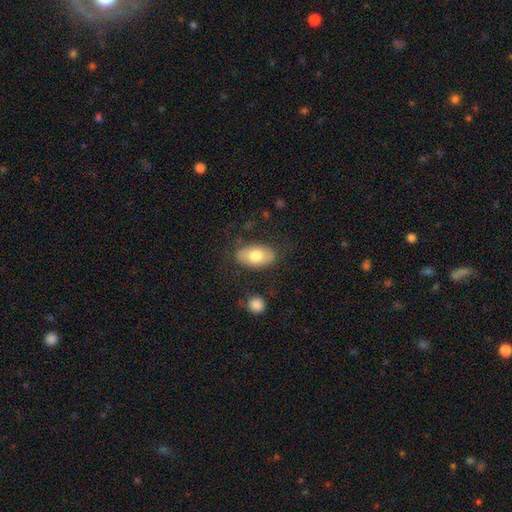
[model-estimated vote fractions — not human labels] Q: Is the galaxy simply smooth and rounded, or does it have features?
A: smooth — 72%.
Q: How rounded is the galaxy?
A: in between — 92%.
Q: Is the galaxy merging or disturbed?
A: none — 79%.